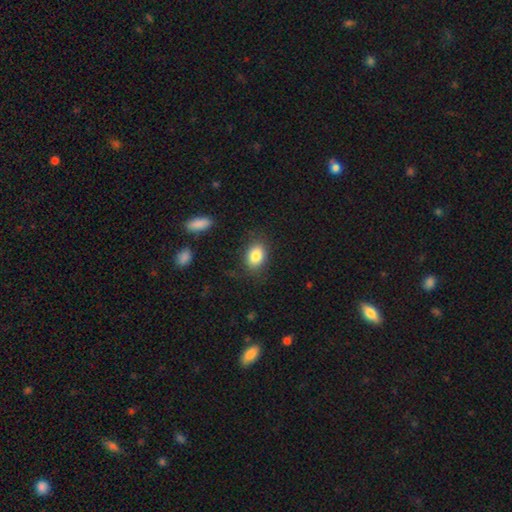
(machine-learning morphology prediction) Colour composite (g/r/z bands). It shows a smooth galaxy with no disk features (84%) that is in between round and cigar-shaped (77%). Merging: none (80%).